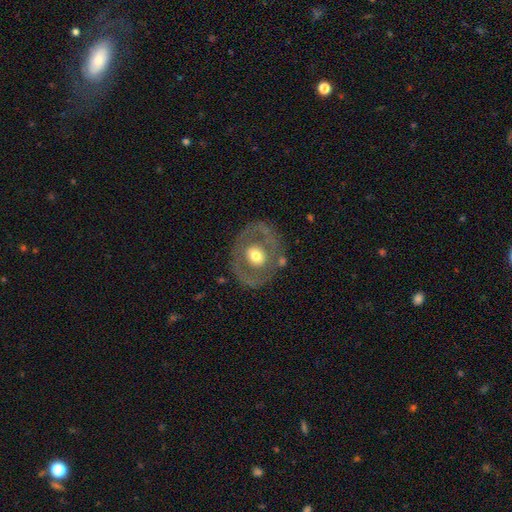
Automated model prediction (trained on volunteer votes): Smooth or featured?
  - featured or disk: 57% *
  - smooth: 37%
  - star or artifact: 6%
Edge-on disk?
  - no: 94% *
  - yes: 6%
Bar?
  - no: 76% *
  - weak: 16%
  - strong: 7%
Spiral arms?
  - no: 83% *
  - yes: 17%
Bulge size?
  - moderate: 68% *
  - large: 18%
  - small: 12%
  - dominant: 2%
  - none: 1%
Merging?
  - none: 76% *
  - minor disturbance: 13%
  - major disturbance: 8%
  - merger: 3%